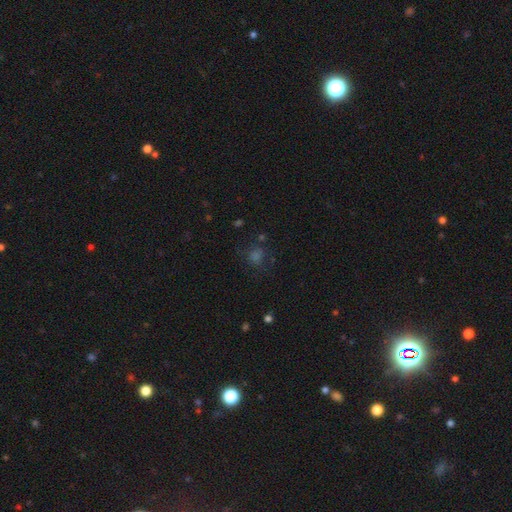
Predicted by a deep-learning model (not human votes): smooth-or-featured: smooth: 52% | star or artifact: 36% | featured or disk: 12%
  how-rounded: round: 82% | in between: 17% | cigar-shaped: 1%
  merging: none: 72% | minor disturbance: 14% | major disturbance: 10% | merger: 4%